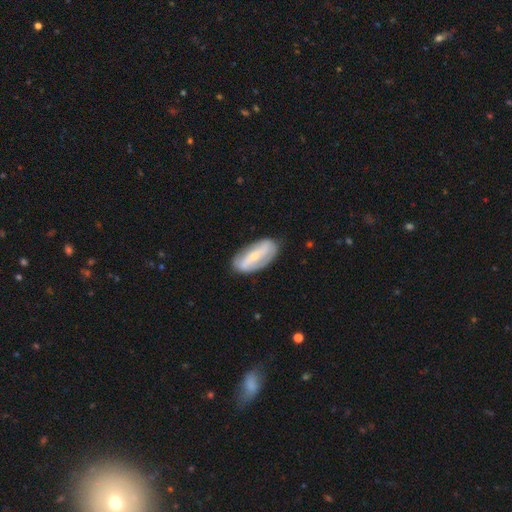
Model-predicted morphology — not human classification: This is likely a featured or disk galaxy (67%). It is clearly not viewed edge-on (88%). Bar: possibly strong (54%). Spiral arm pattern: likely yes (62%). Central bulge: likely small (69%). Merging: likely none (79%).